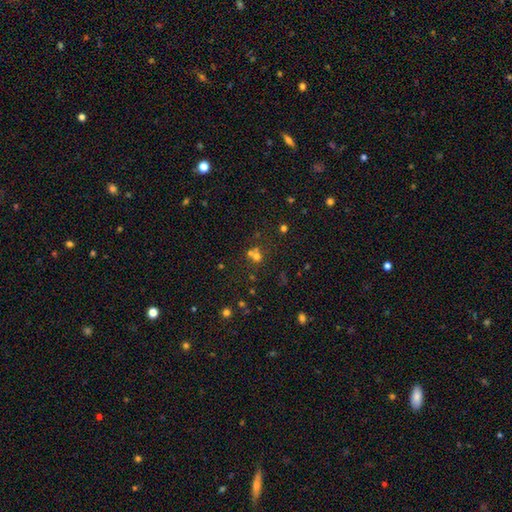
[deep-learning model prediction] smooth-or-featured: smooth: 56% | star or artifact: 28% | featured or disk: 16%
  how-rounded: round: 85% | in between: 14% | cigar-shaped: 1%
  merging: none: 49% | merger: 40% | minor disturbance: 8% | major disturbance: 4%